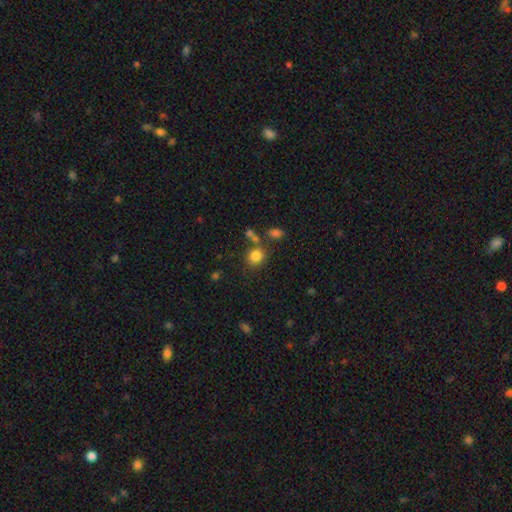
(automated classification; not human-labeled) Overall: smooth (82%). How rounded: round (78%). Merging: none (72%).